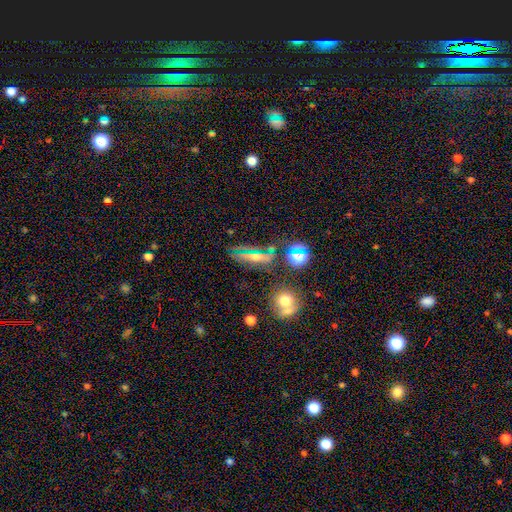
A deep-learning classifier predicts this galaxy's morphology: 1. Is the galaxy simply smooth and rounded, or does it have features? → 37% smooth, 34% star or artifact, 29% featured or disk.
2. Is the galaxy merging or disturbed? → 68% none, 15% minor disturbance, 10% merger, 8% major disturbance.